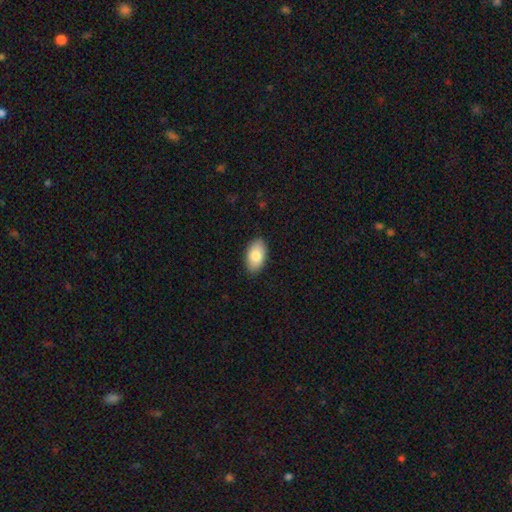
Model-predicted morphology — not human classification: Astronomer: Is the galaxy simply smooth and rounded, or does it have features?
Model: smooth — 82%.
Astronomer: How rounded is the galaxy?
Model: in between — 94%.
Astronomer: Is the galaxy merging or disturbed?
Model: none — 88%.